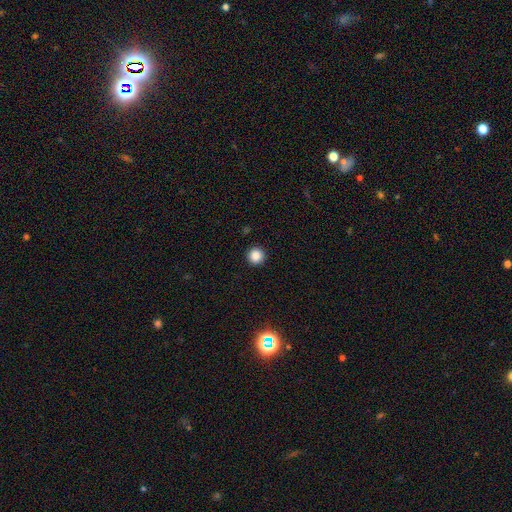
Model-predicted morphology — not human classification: A smooth galaxy with no disk features (86%) that is round (96%).

Vote fractions:
- Smooth or featured? smooth: 86% / star or artifact: 11% / featured or disk: 3%
- How rounded? round: 96% / in between: 3% / cigar-shaped: 1%
- Merging? none: 93% / minor disturbance: 5% / major disturbance: 2% / merger: 1%